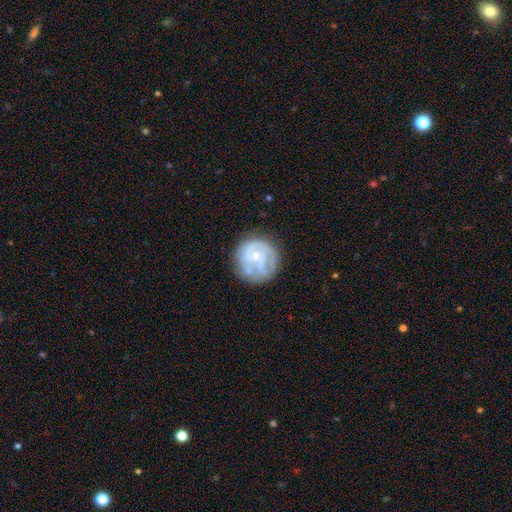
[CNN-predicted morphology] smooth_or_featured: featured or disk (p=0.64) [alt: smooth p=0.30]
disk_edge_on: no (p=0.98) [alt: yes p=0.02]
bar: no (p=0.78) [alt: weak p=0.18]
has_spiral_arms: yes (p=0.59) [alt: no p=0.41]
bulge_size: small (p=0.67) [alt: moderate p=0.27]
merging: none (p=0.62) [alt: minor disturbance p=0.21]